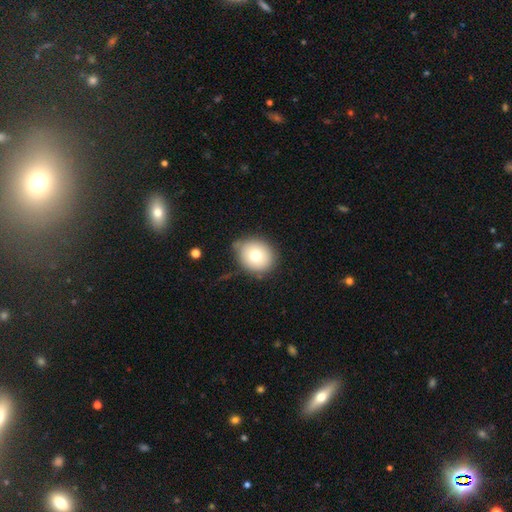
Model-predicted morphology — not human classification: smooth 73%, featured or disk 16%, star or artifact 10%. Down the decision tree: how rounded — round (77%); merging — none (76%).